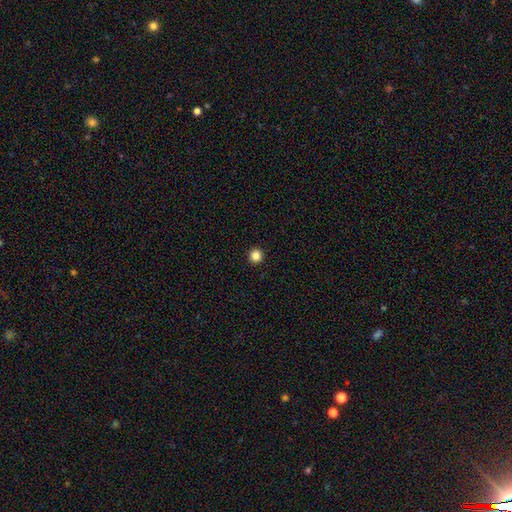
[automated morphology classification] Smooth or featured? Predicted: smooth (p=0.85). How rounded? Predicted: round (p=0.97). Merging? Predicted: none (p=0.95).